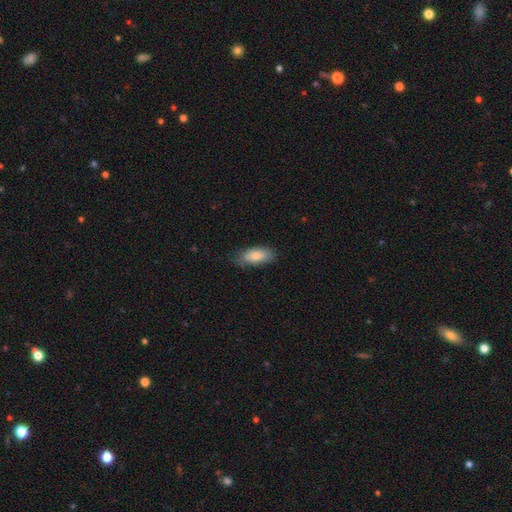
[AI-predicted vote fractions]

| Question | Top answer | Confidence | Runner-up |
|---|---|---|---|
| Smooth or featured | smooth | 80% | featured or disk (13%) |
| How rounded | in between | 87% | cigar-shaped (11%) |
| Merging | none | 72% | minor disturbance (22%) |